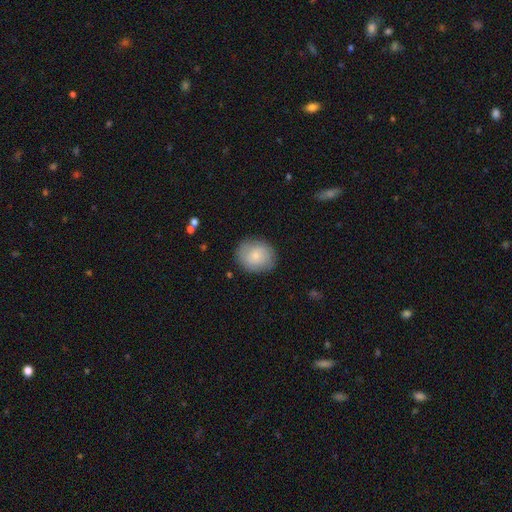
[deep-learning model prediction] smooth-or-featured: smooth: 71% | featured or disk: 23% | star or artifact: 7%
  how-rounded: round: 71% | in between: 28% | cigar-shaped: 1%
  merging: none: 82% | minor disturbance: 13% | major disturbance: 4% | merger: 1%